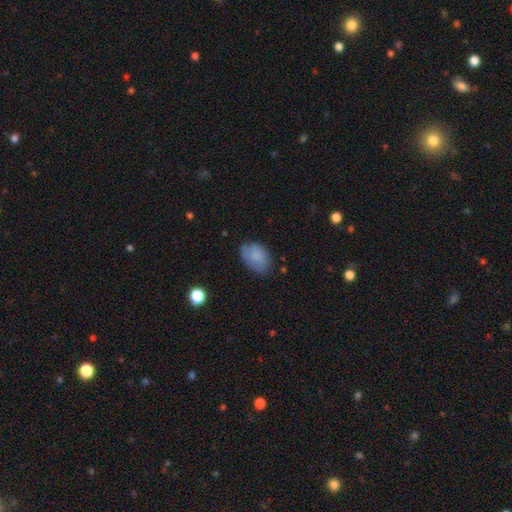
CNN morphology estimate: Smooth or featured? Predicted: smooth (p=0.81). How rounded? Predicted: in between (p=0.85). Merging? Predicted: none (p=0.68).